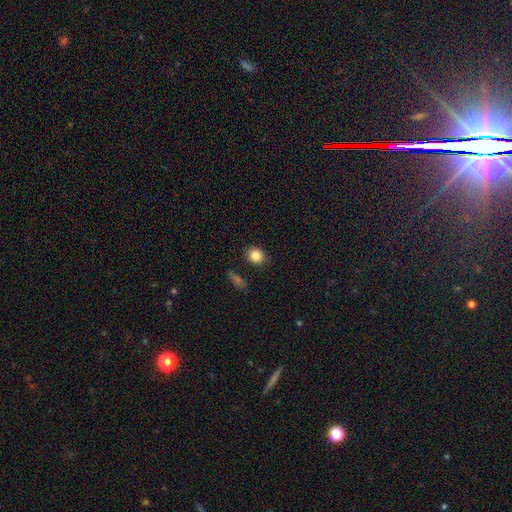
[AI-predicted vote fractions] This is clearly a smooth galaxy (84%). How rounded: likely round (74%). Merging: clearly none (87%).